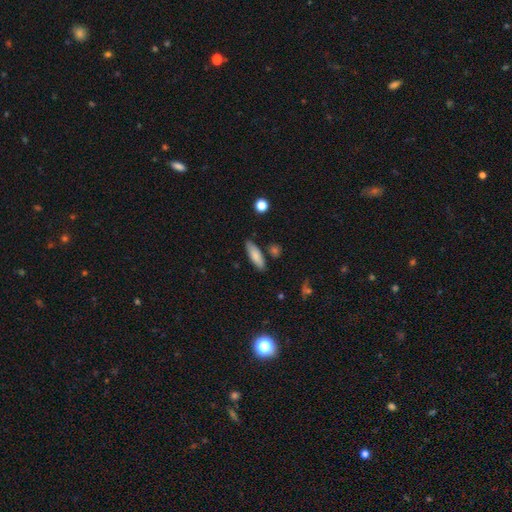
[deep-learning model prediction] smooth 81%, featured or disk 13%, star or artifact 7%. Down the decision tree: how rounded — in between (49%, tied with cigar-shaped); merging — none (82%).